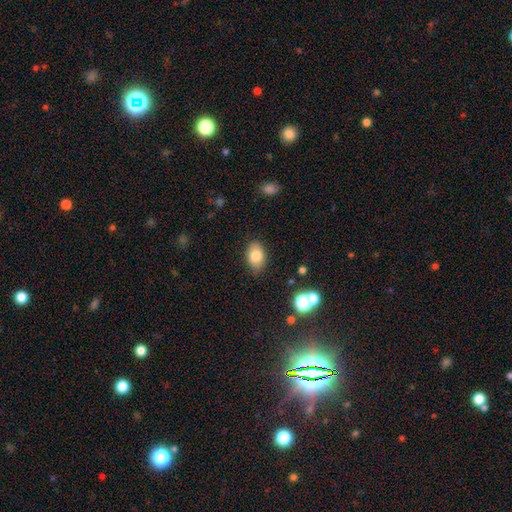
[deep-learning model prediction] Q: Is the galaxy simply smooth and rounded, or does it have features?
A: smooth — 80%.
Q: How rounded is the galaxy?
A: in between — 87%.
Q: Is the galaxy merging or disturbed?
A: none — 82%.